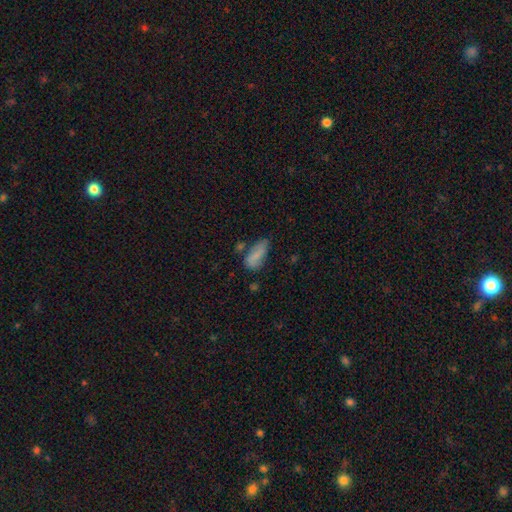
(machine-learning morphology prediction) This appears to be a smooth galaxy with no disk features (78%) that is in between round and cigar-shaped (83%). Merging: none (47%).